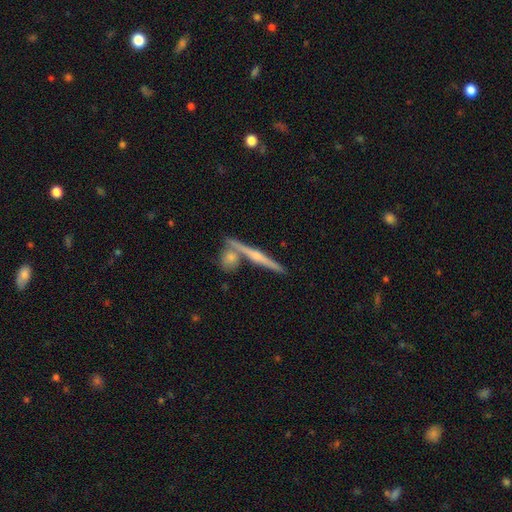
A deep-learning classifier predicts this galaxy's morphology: smooth-or-featured: featured or disk: 70% | smooth: 23% | star or artifact: 7%
  disk-edge-on: yes: 97% | no: 3%
    edge-on-bulge: rounded: 73% | none: 18% | boxy: 9%
  merging: none: 76% | merger: 15% | minor disturbance: 7% | major disturbance: 2%